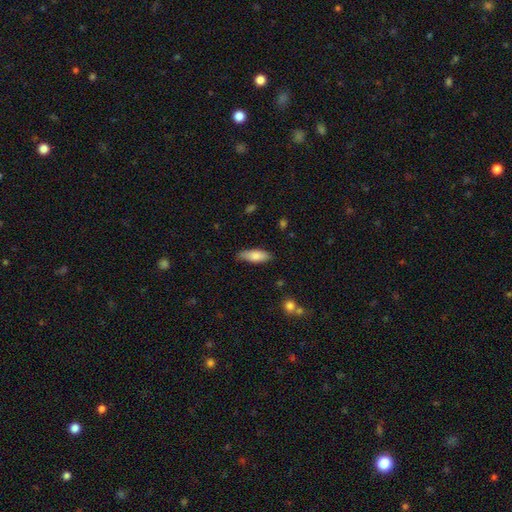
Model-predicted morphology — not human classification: Q: Smooth or featured?
A: smooth (82%); runner-up: featured or disk (12%)
Q: How rounded?
A: in between (67%); runner-up: cigar-shaped (31%)
Q: Merging?
A: none (75%); runner-up: minor disturbance (20%)